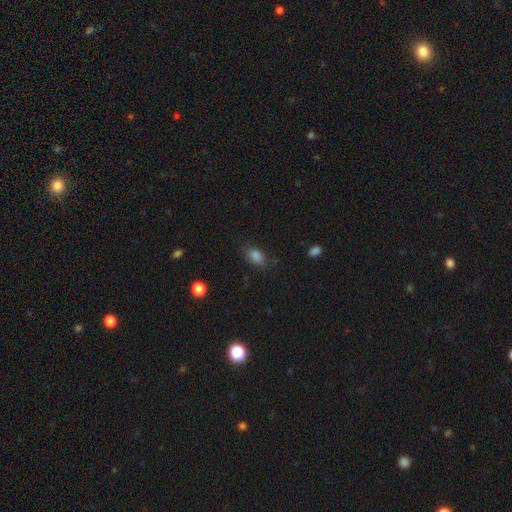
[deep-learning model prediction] Smooth or featured: smooth — 85% (star or artifact — 10%)
How rounded: in between — 84% (round — 14%)
Merging: none — 76% (minor disturbance — 17%)